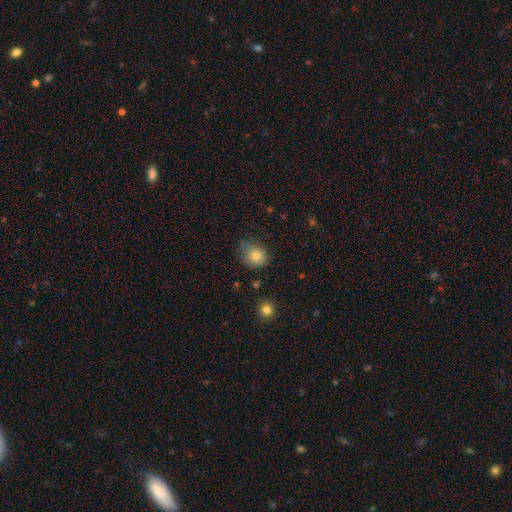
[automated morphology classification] The model was most divided on "merging": none: 68%, minor disturbance: 23%, major disturbance: 5%, merger: 4%. More confident: how rounded — round (82%); smooth or featured — smooth (80%).